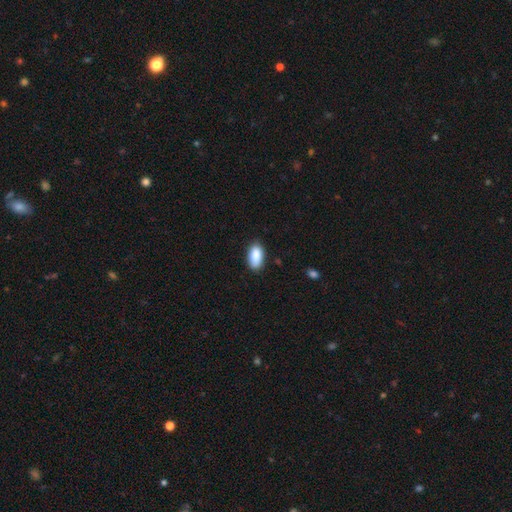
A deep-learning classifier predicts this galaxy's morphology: type=smooth (89%); roundness=in between (93%); merging=none (83%).